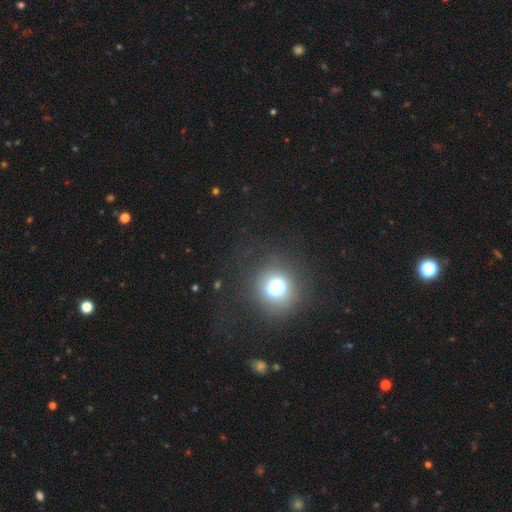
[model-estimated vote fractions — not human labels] Overall: smooth (57%; star or artifact 34%). How rounded: round (93%). Merging: none (87%).